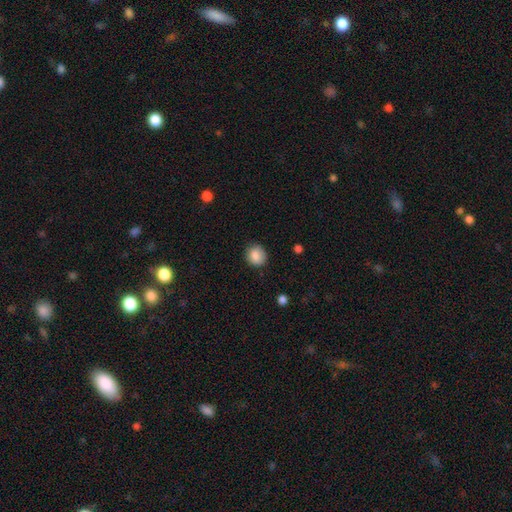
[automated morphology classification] smooth-or-featured: smooth: 85% | star or artifact: 8% | featured or disk: 6%
  how-rounded: round: 74% | in between: 25% | cigar-shaped: 1%
  merging: none: 82% | minor disturbance: 13% | major disturbance: 3% | merger: 1%